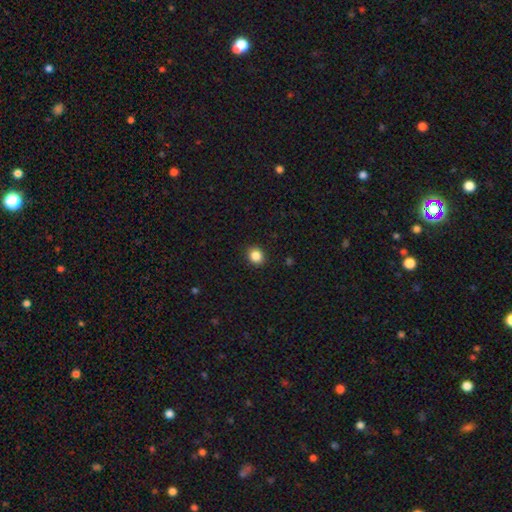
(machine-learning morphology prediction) type=smooth (86%); roundness=round (69%); merging=none (91%).